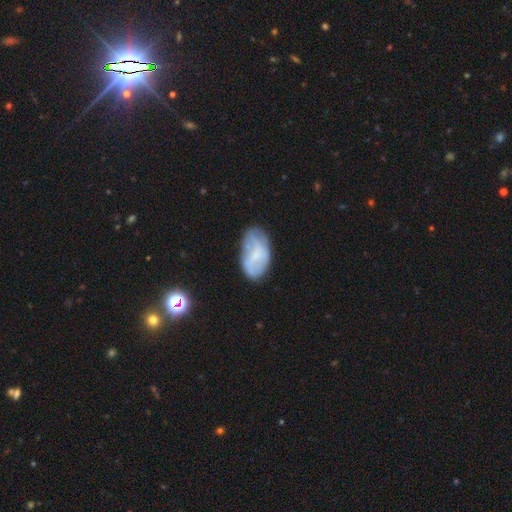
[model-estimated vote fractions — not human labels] Overall: smooth (49%; featured or disk 43%). Merging: none (58%; minor disturbance 28%).